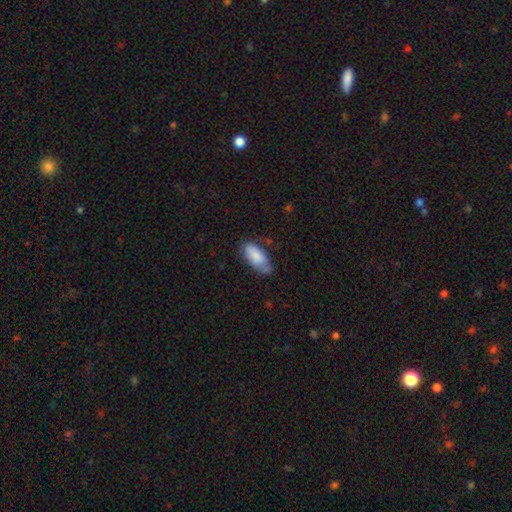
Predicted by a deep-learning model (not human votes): smooth_or_featured: smooth (p=0.83) [alt: featured or disk p=0.11]
how_rounded: in between (p=0.87) [alt: cigar-shaped p=0.11]
merging: none (p=0.66) [alt: minor disturbance p=0.26]